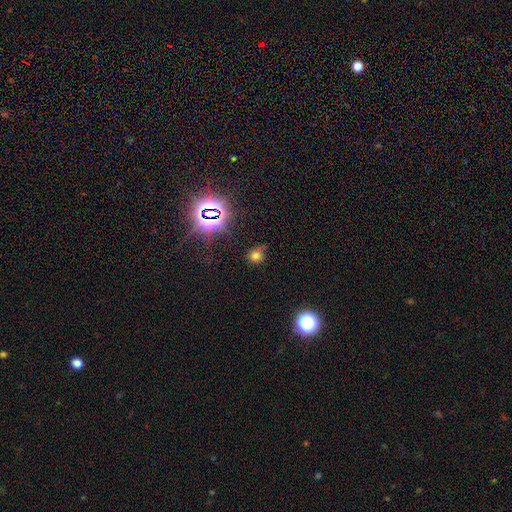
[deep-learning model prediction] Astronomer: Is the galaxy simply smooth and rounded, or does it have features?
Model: smooth — 63%.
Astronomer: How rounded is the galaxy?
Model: round — 74%.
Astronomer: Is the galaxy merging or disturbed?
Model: none — 64%.